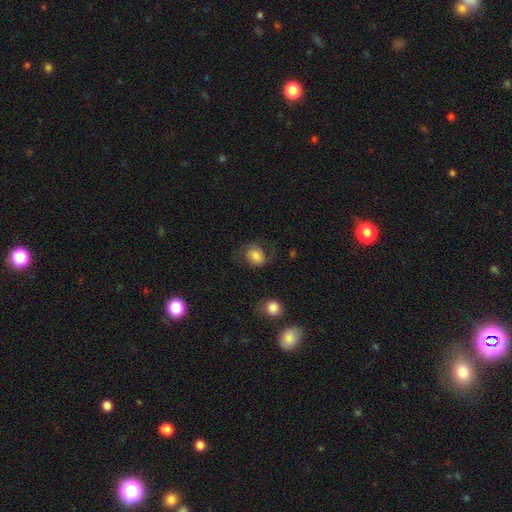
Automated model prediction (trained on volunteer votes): Smooth or featured? smooth (68%)
How rounded? round (63%)
Merging? none (63%)